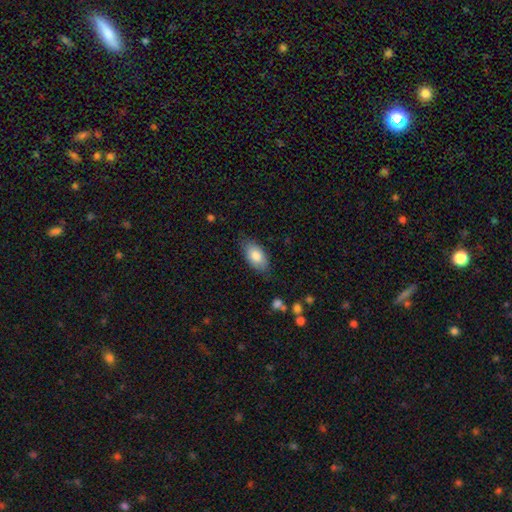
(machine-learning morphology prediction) Smooth or featured? Predicted: smooth (p=0.82). How rounded? Predicted: in between (p=0.93). Merging? Predicted: none (p=0.79).